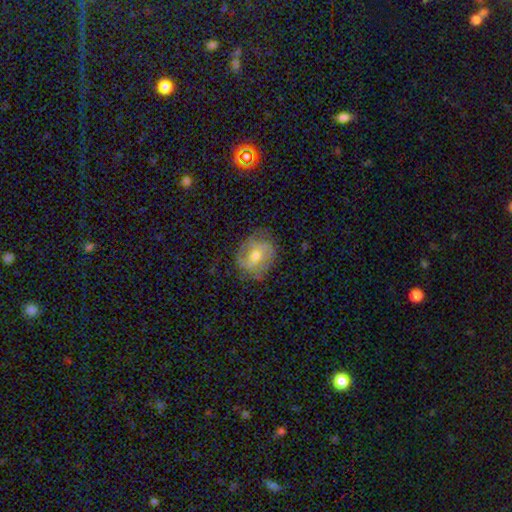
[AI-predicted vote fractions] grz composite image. It shows a featured or disk galaxy (61%) with a weak bar (46%), spiral arms (80%) and a moderate central bulge (63%). Merging: none (68%).